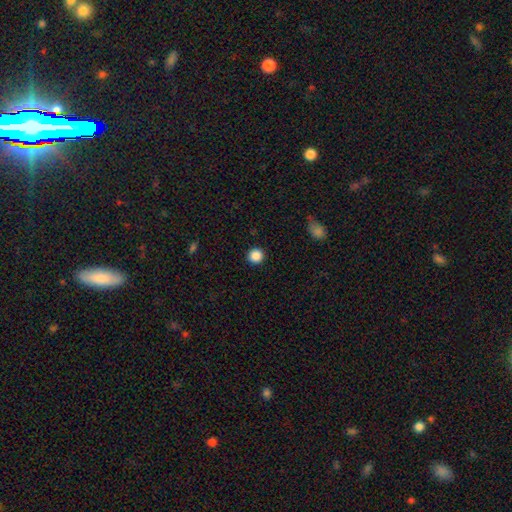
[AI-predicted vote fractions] smooth-or-featured: smooth: 88% | star or artifact: 10% | featured or disk: 2%
  how-rounded: round: 95% | in between: 4% | cigar-shaped: 1%
  merging: none: 92% | minor disturbance: 5% | major disturbance: 2% | merger: 1%